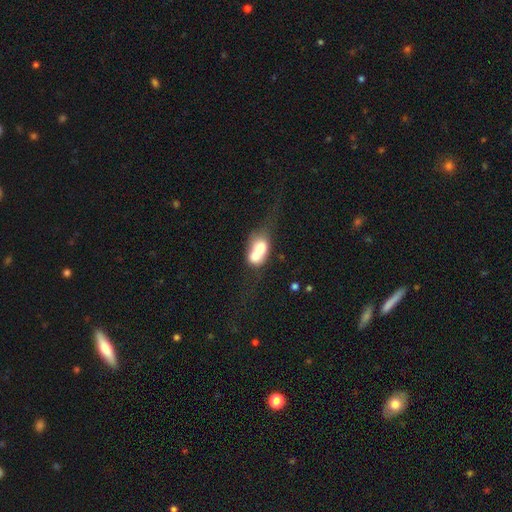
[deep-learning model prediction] Overall: smooth (62%; featured or disk 30%). How rounded: in between (63%; round 34%). Merging: merger (70%).